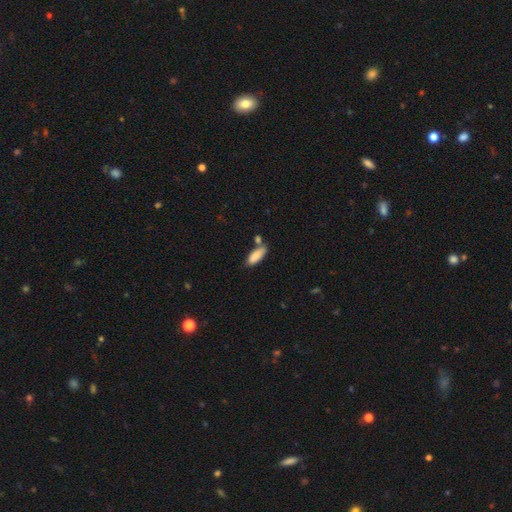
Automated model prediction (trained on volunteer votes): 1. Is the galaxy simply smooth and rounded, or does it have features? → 87% smooth, 7% featured or disk, 7% star or artifact.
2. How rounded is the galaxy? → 72% in between, 26% cigar-shaped, 2% round.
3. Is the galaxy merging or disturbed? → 62% none, 17% minor disturbance, 17% merger, 4% major disturbance.